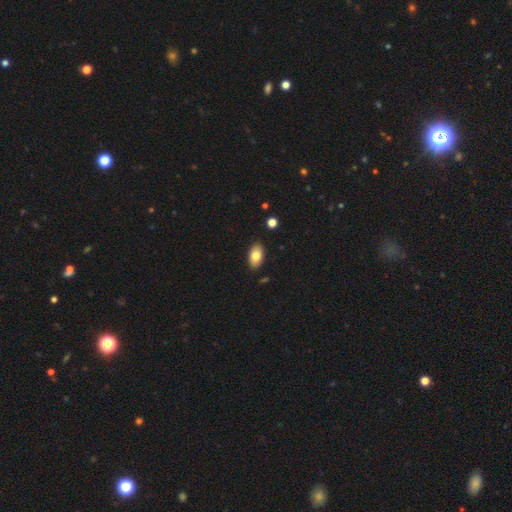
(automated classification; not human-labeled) smooth_or_featured: smooth (p=0.80) [alt: featured or disk p=0.13]
how_rounded: in between (p=0.93) [alt: round p=0.04]
merging: none (p=0.88) [alt: minor disturbance p=0.08]